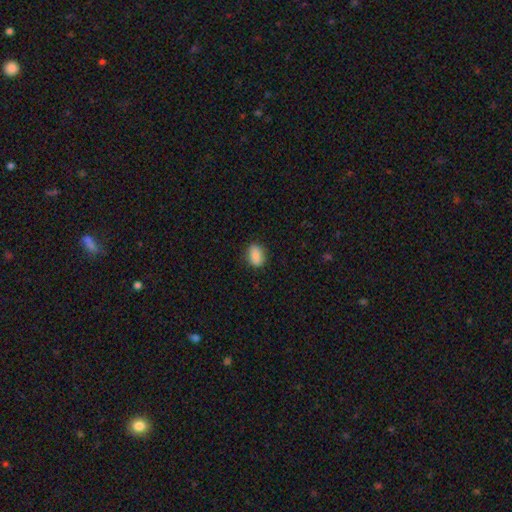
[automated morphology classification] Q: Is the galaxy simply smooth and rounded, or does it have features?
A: smooth — 88%.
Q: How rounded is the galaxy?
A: in between — 80%.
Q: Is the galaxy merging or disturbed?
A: none — 83%.